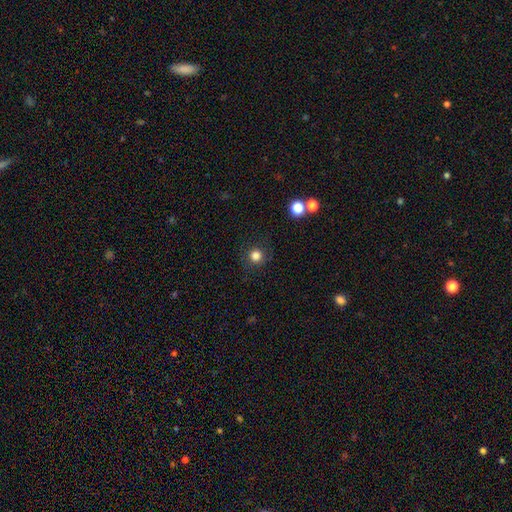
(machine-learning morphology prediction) A smooth galaxy with no disk features (83%) that is round (94%). Merging: none (88%).